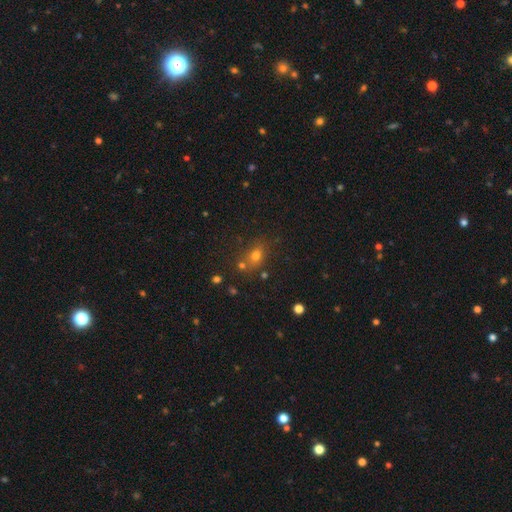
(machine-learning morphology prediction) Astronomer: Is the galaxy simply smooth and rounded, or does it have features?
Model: smooth — 65%.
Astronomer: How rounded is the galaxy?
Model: round — 55% (runner-up: in between, 43%).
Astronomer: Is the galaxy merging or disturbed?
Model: none — 68%.